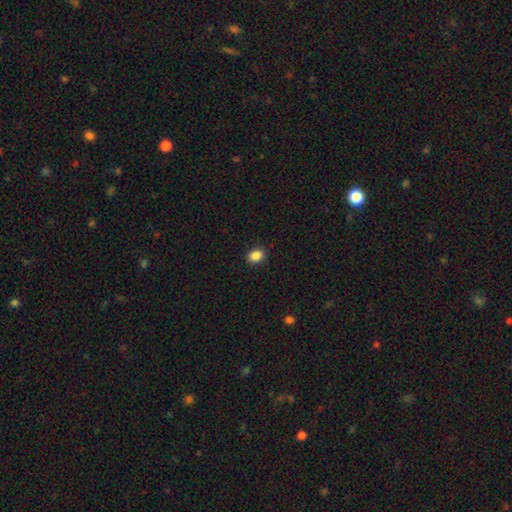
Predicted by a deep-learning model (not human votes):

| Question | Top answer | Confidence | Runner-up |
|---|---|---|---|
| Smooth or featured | smooth | 88% | star or artifact (9%) |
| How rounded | in between | 68% | round (31%) |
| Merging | none | 90% | minor disturbance (7%) |